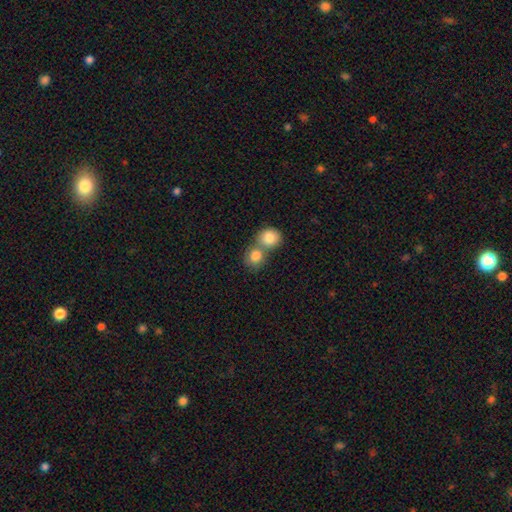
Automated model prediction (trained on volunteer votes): Smooth or featured? smooth (84%)
How rounded? round (77%)
Merging? merger (60%)